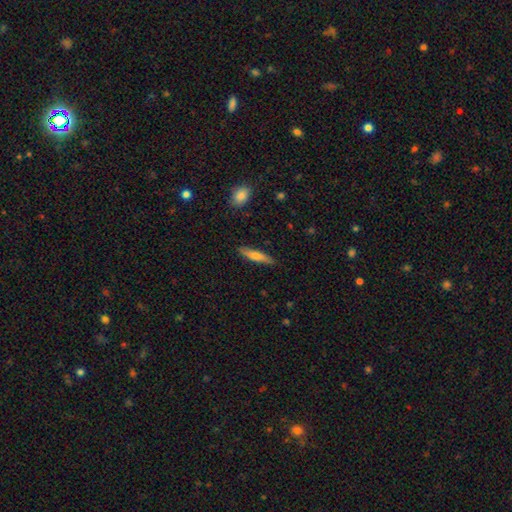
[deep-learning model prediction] A smooth galaxy with no disk features (70%) that is cigar-shaped (82%). Merging: none (87%).